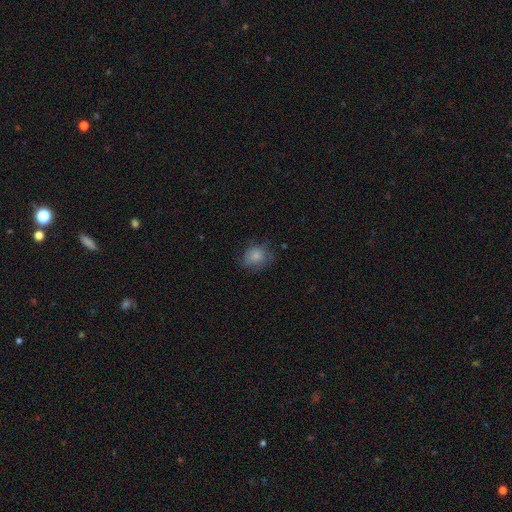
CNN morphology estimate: This is likely a smooth galaxy (78%). How rounded: likely round (64%). Merging: likely none (64%).